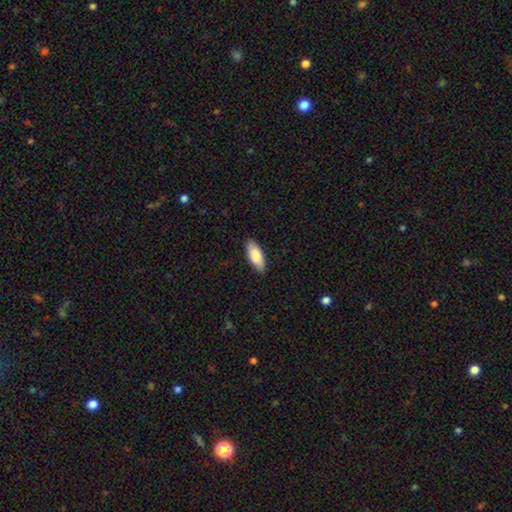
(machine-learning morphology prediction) Q: Smooth or featured?
A: smooth (86%); runner-up: featured or disk (9%)
Q: How rounded?
A: in between (79%); runner-up: cigar-shaped (19%)
Q: Merging?
A: none (87%); runner-up: minor disturbance (10%)